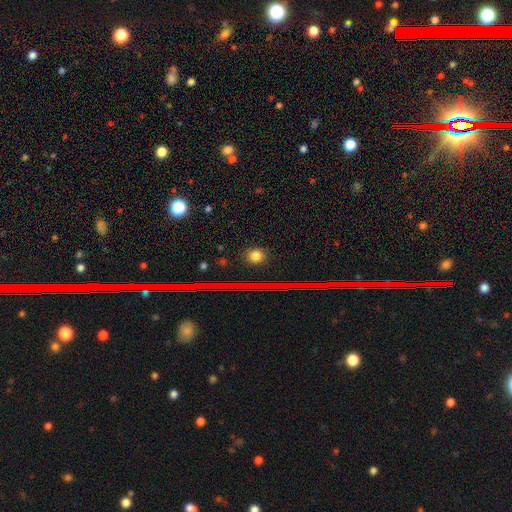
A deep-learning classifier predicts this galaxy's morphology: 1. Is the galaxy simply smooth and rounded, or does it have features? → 77% smooth, 16% star or artifact, 7% featured or disk.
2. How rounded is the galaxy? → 83% round, 15% in between, 2% cigar-shaped.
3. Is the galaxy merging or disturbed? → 90% none, 7% minor disturbance, 2% major disturbance, 1% merger.